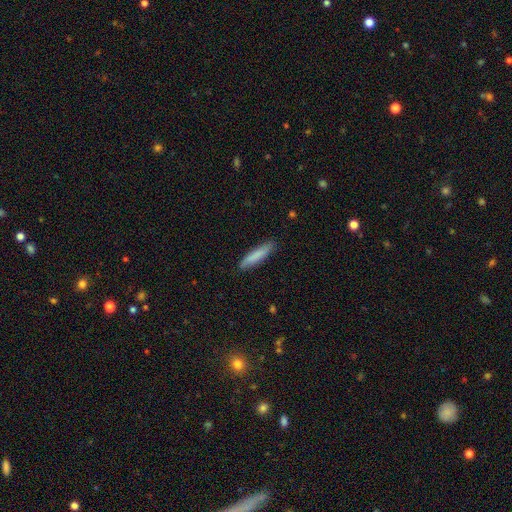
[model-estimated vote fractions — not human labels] smooth_or_featured: smooth (p=0.81) [alt: featured or disk p=0.13]
how_rounded: cigar-shaped (p=0.87) [alt: in between p=0.12]
merging: none (p=0.86) [alt: minor disturbance p=0.11]